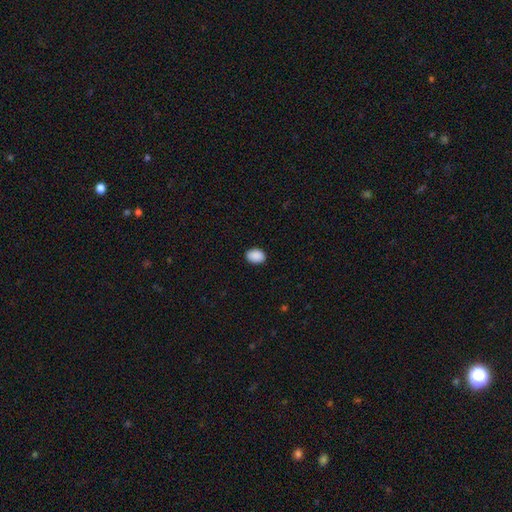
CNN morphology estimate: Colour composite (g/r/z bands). It shows a smooth galaxy with no disk features (90%) that is in between round and cigar-shaped (77%). Merging: none (89%).